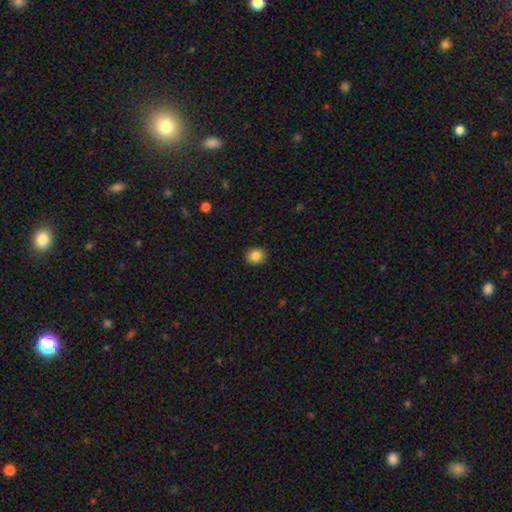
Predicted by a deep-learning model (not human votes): Morphology: type=smooth (85%); roundness=round (80%); merging=none (91%).